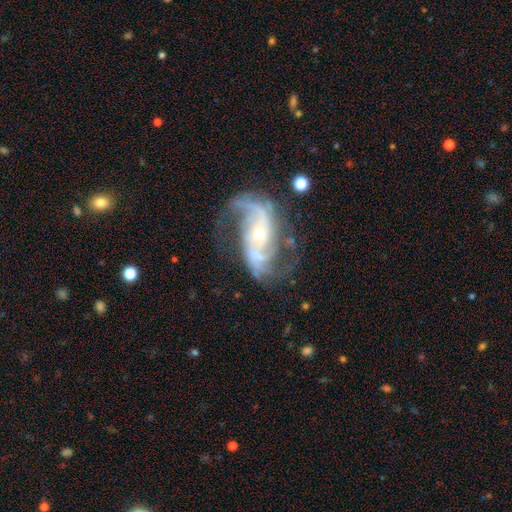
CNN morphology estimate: featured or disk 89%, star or artifact 6%, smooth 5%. Down the decision tree: edge-on disk — no (96%); bar — no (44%); spiral arms — yes (95%); spiral arm count — 2 (79%); spiral winding — loose (51%); bulge size — small (59%); merging — none (57%).